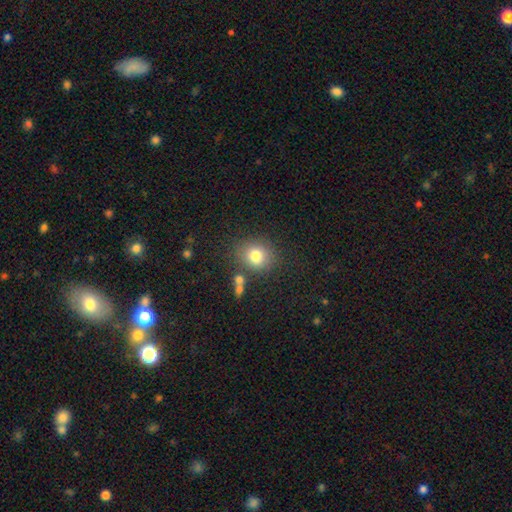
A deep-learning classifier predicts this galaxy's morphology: smooth 79%, star or artifact 11%, featured or disk 10%. Down the decision tree: how rounded — round (73%); merging — none (75%).